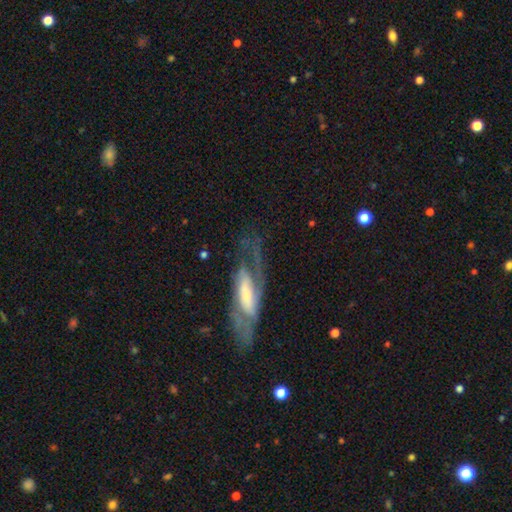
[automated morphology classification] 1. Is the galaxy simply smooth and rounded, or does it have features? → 76% featured or disk, 15% smooth, 10% star or artifact.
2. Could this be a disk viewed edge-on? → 72% no, 28% yes.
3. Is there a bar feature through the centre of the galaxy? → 41% weak, 35% no, 23% strong.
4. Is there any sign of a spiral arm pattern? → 83% yes, 17% no.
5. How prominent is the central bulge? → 46% moderate, 33% small, 13% large, 6% none, 2% dominant.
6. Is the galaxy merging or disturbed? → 74% none, 16% minor disturbance, 9% major disturbance, 2% merger.